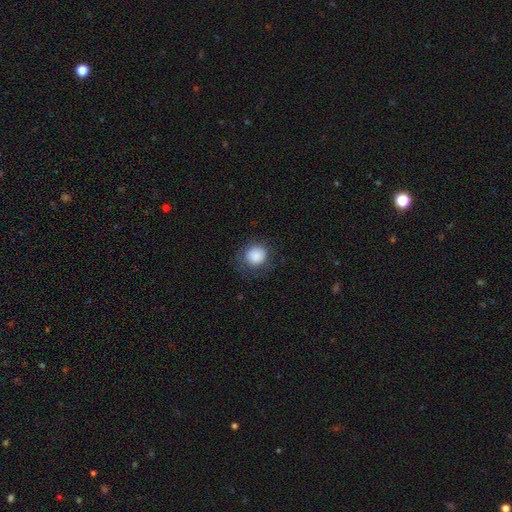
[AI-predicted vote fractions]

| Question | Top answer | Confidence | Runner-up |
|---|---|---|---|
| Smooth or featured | smooth | 87% | star or artifact (8%) |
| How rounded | round | 87% | in between (13%) |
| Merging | none | 74% | minor disturbance (17%) |